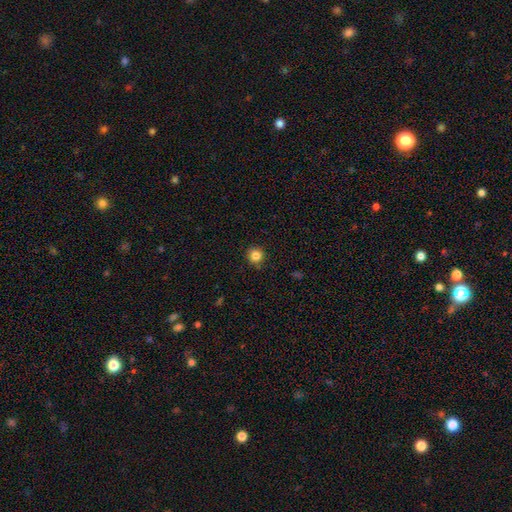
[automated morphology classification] smooth_or_featured: smooth (p=0.83) [alt: star or artifact p=0.12]
how_rounded: round (p=0.94) [alt: in between p=0.05]
merging: none (p=0.91) [alt: minor disturbance p=0.06]